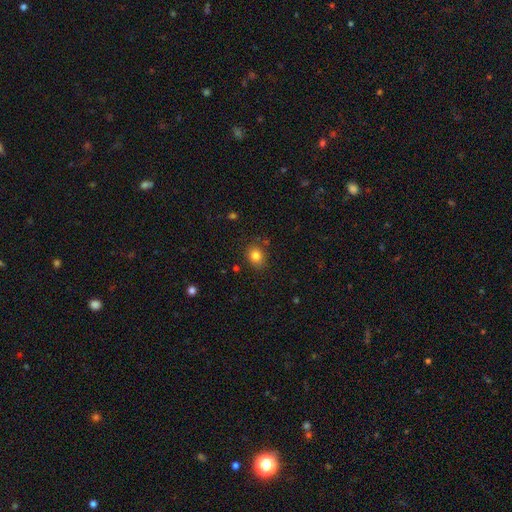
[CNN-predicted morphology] Smooth or featured? smooth (82%)
How rounded? round (62%)
Merging? none (83%)